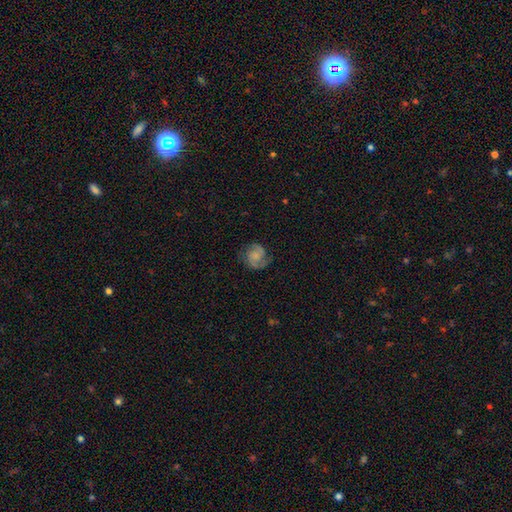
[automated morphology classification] This is likely a featured or disk galaxy (66%). It is clearly not viewed edge-on (98%). Bar: likely no (66%). Spiral arm pattern: clearly yes (94%). Spiral arm count: likely 2 (77%). Spiral winding: possibly medium (45%). Central bulge: marginally small (37%). Merging: likely none (71%).